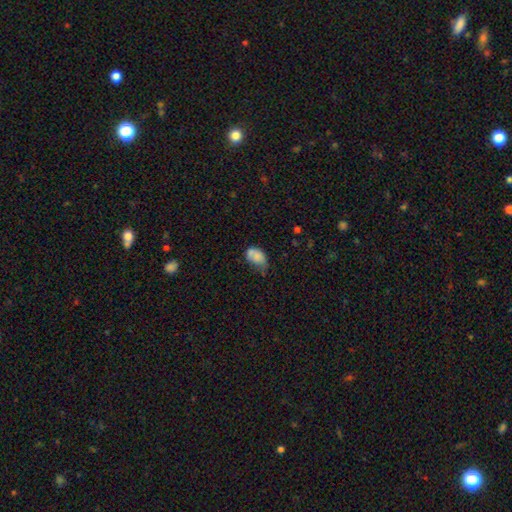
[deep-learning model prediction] Smooth or featured? Predicted: smooth (p=0.76). How rounded? Predicted: in between (p=0.84). Merging? Predicted: minor disturbance (p=0.39).